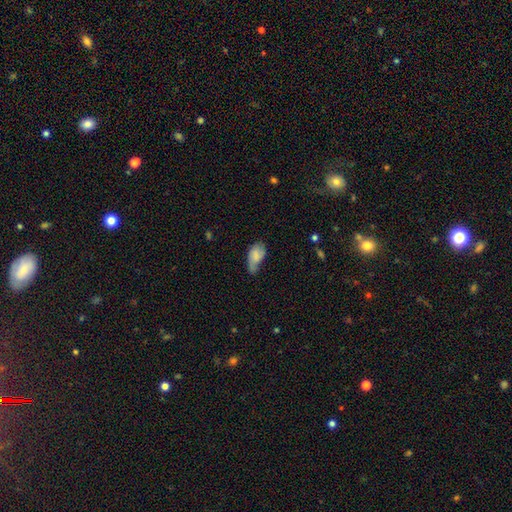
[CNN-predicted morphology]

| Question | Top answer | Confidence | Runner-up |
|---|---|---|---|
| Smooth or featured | smooth | 66% | featured or disk (26%) |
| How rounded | in between | 91% | round (5%) |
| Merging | minor disturbance | 42% | none (34%) |